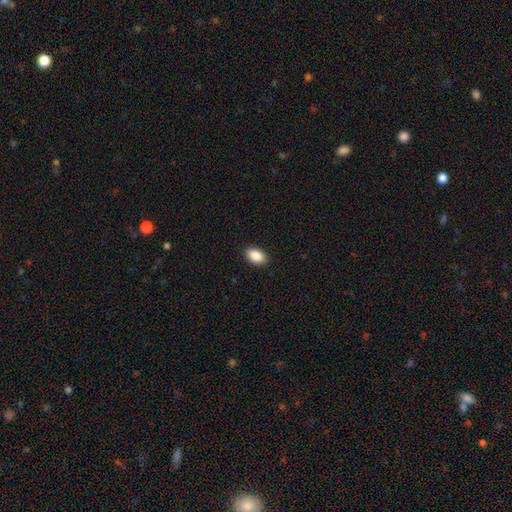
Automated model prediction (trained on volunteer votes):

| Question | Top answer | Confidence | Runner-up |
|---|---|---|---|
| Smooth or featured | smooth | 90% | star or artifact (7%) |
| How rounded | in between | 93% | round (6%) |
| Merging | none | 90% | minor disturbance (7%) |